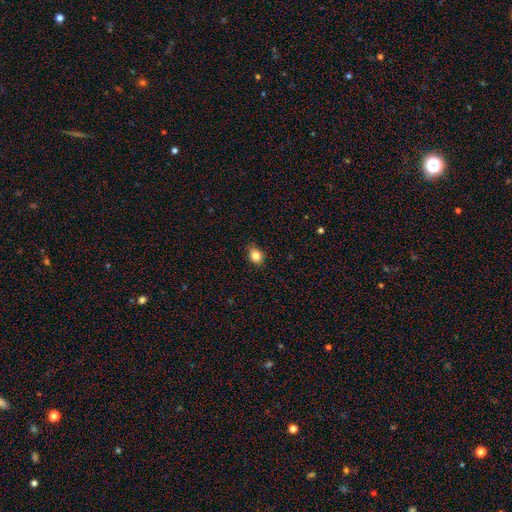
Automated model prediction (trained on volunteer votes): smooth_or_featured: smooth (p=0.84) [alt: star or artifact p=0.10]
how_rounded: round (p=0.51) [alt: in between p=0.48]
merging: none (p=0.81) [alt: minor disturbance p=0.16]